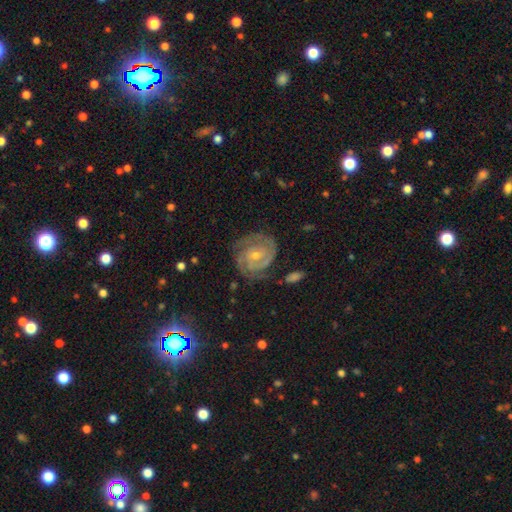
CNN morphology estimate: type=featured or disk (87%); edge-on=no (98%); bar=no (56%); spiral arms=yes (98%); winding=tight (73%); arm count=2 (62%); bulge=small (62%); merging=none (79%).